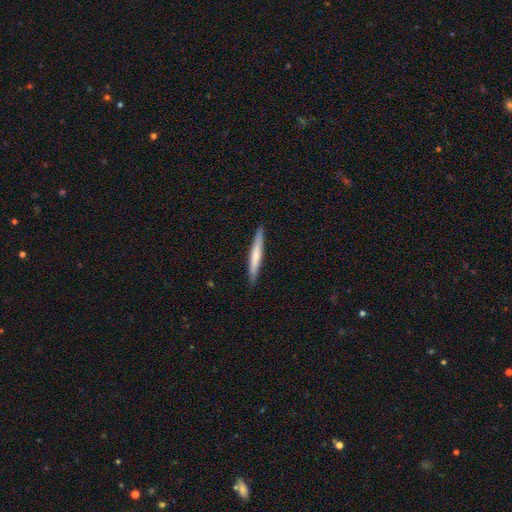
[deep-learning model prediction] Smooth or featured?
  - smooth: 59% *
  - featured or disk: 36%
  - star or artifact: 5%
How rounded?
  - cigar-shaped: 96% *
  - in between: 3%
  - round: 1%
Merging?
  - none: 91% *
  - minor disturbance: 7%
  - major disturbance: 1%
  - merger: 1%